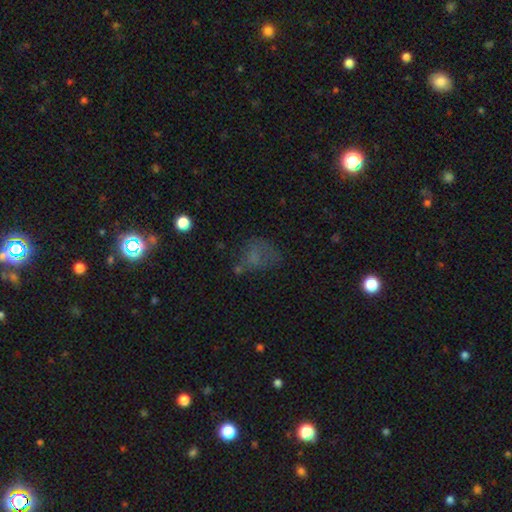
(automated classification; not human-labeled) Morphology: type=smooth (50%); roundness=in between (58%); merging=none (41%).